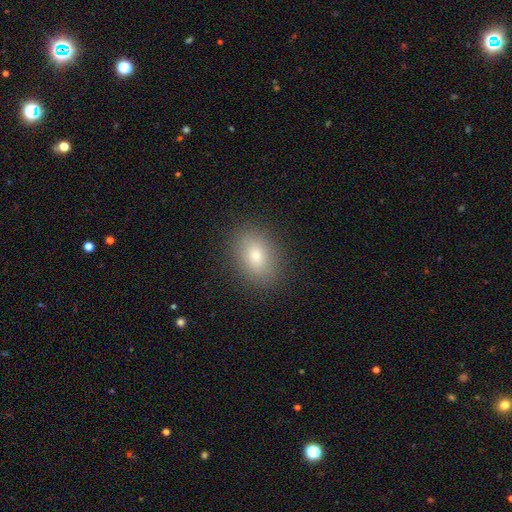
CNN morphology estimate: The model was most divided on "how rounded": in between: 72%, round: 26%, cigar-shaped: 2%. More confident: merging — none (88%); smooth or featured — smooth (78%).